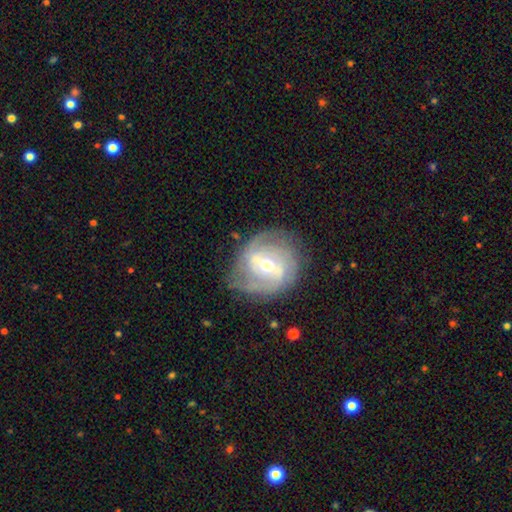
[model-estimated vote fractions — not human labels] Smooth or featured: featured or disk — 84% (smooth — 11%)
Edge-on disk: no — 96% (yes — 4%)
Bar: weak — 46% (strong — 40%)
Spiral arms: yes — 91% (no — 9%)
Spiral winding: tight — 47% (medium — 39%)
Spiral arm count: 2 — 49% (can't tell — 23%)
Bulge size: moderate — 56% (small — 40%)
Merging: none — 73% (minor disturbance — 18%)